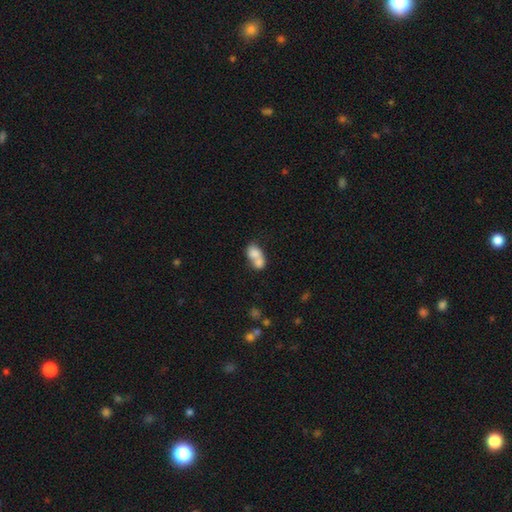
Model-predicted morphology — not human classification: A smooth galaxy with no disk features (74%) that is in between round and cigar-shaped (66%). Merging: merger (74%).